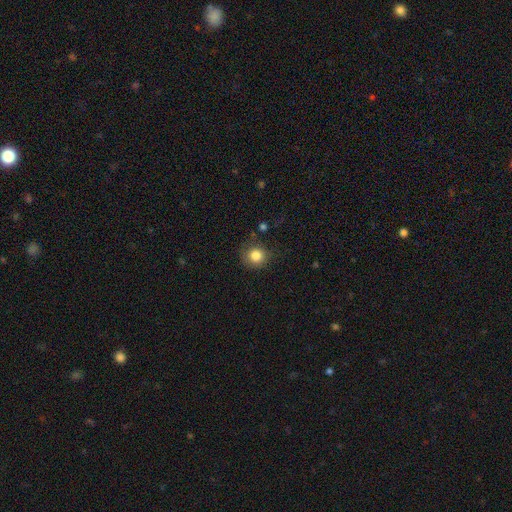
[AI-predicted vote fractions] Q: Smooth or featured?
A: smooth (83%); runner-up: star or artifact (11%)
Q: How rounded?
A: round (89%); runner-up: in between (10%)
Q: Merging?
A: none (79%); runner-up: minor disturbance (15%)